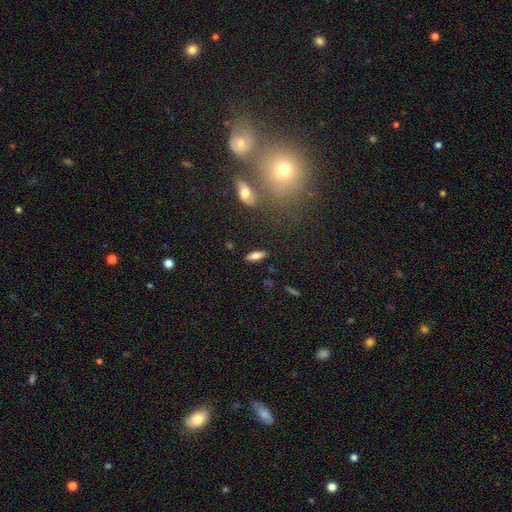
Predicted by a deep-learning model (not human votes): A smooth galaxy with no disk features (64%) that is in between round and cigar-shaped (65%).

Vote fractions:
- Smooth or featured? smooth: 64% / featured or disk: 27% / star or artifact: 9%
- How rounded? in between: 65% / cigar-shaped: 31% / round: 3%
- Merging? none: 85% / minor disturbance: 9% / major disturbance: 3% / merger: 2%